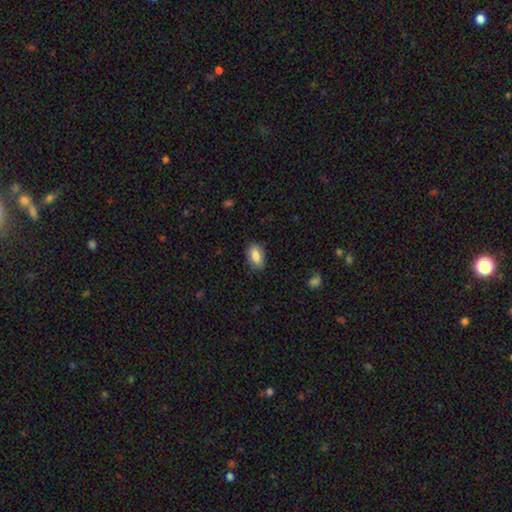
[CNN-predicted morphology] Smooth or featured? smooth (84%)
How rounded? in between (89%)
Merging? none (80%)